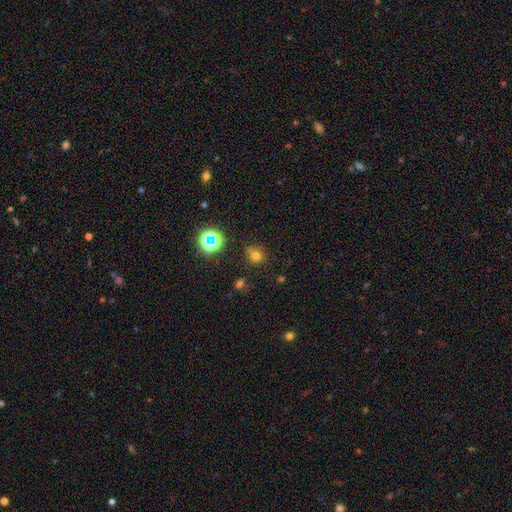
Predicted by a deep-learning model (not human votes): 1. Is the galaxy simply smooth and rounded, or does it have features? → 68% smooth, 24% star or artifact, 9% featured or disk.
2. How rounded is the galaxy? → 81% round, 18% in between, 1% cigar-shaped.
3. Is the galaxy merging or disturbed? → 72% none, 17% minor disturbance, 6% merger, 5% major disturbance.